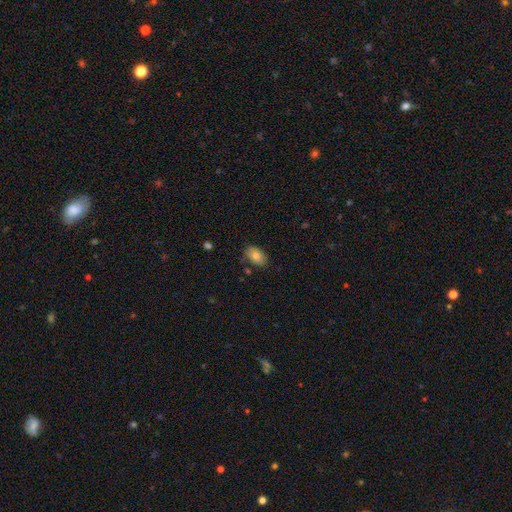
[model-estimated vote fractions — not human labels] A smooth galaxy with no disk features (81%) that is in between round and cigar-shaped (88%). Merging: none (76%).